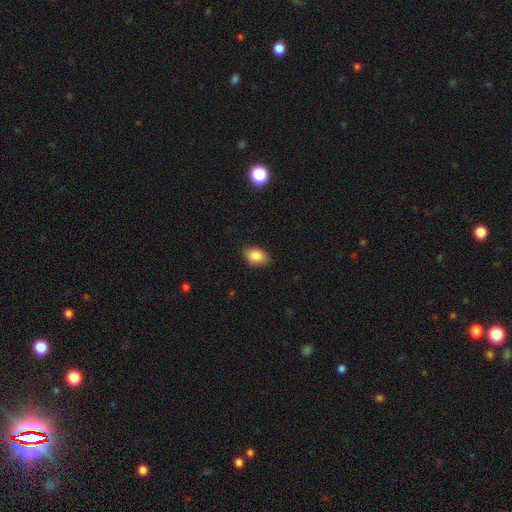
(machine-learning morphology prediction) Smooth or featured: smooth — 86% (star or artifact — 8%)
How rounded: in between — 85% (round — 13%)
Merging: none — 83% (minor disturbance — 14%)